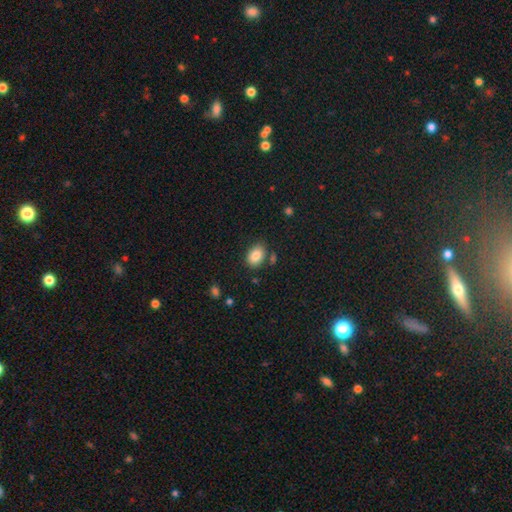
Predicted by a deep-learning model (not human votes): This is clearly a smooth galaxy (86%). How rounded: clearly in between (82%). Merging: likely none (77%).